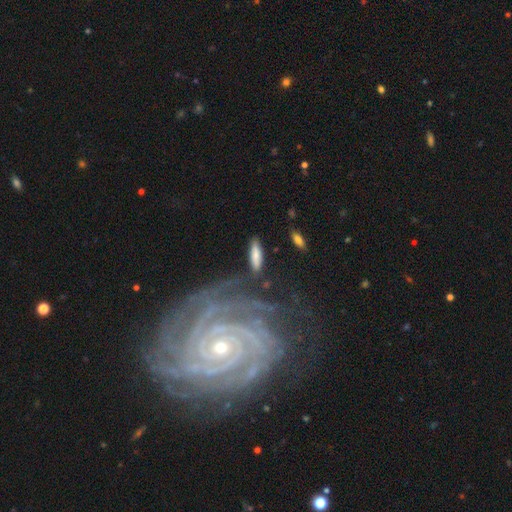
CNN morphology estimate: type=smooth (77%); roundness=cigar-shaped (65%); merging=none (77%).